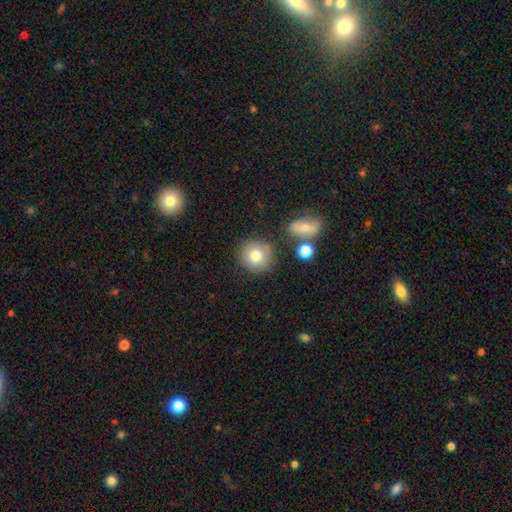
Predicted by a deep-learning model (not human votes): smooth 79%, featured or disk 11%, star or artifact 10%. Down the decision tree: how rounded — round (90%); merging — none (78%).